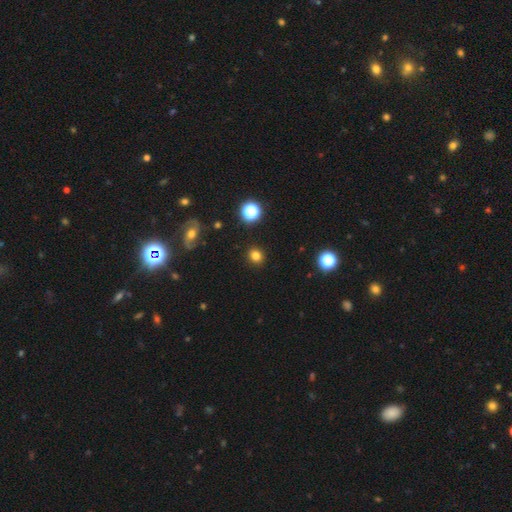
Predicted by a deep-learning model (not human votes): smooth_or_featured: smooth (p=0.80) [alt: star or artifact p=0.15]
how_rounded: round (p=0.81) [alt: in between p=0.18]
merging: none (p=0.90) [alt: minor disturbance p=0.06]